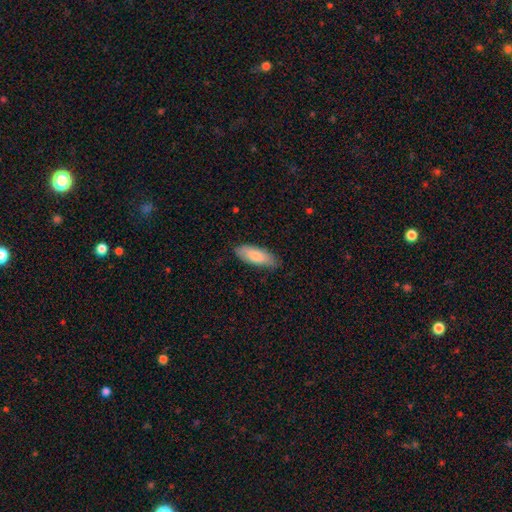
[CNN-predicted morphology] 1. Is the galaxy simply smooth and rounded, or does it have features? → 83% smooth, 12% featured or disk, 5% star or artifact.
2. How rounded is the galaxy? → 75% in between, 23% cigar-shaped, 2% round.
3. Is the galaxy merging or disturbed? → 78% none, 18% minor disturbance, 3% major disturbance, 1% merger.